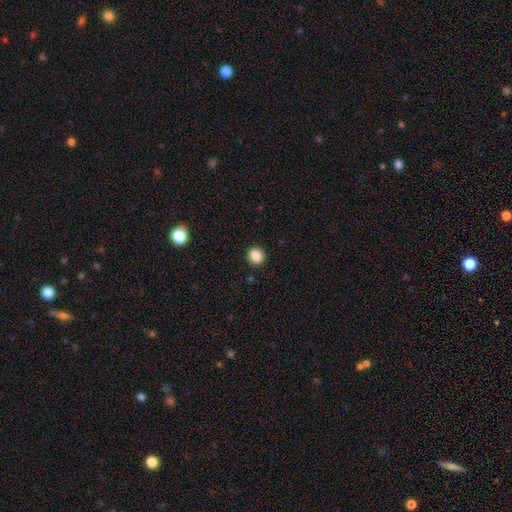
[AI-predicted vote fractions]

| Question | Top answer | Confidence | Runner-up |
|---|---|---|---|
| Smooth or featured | smooth | 86% | star or artifact (10%) |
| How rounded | round | 80% | in between (20%) |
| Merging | none | 91% | minor disturbance (6%) |